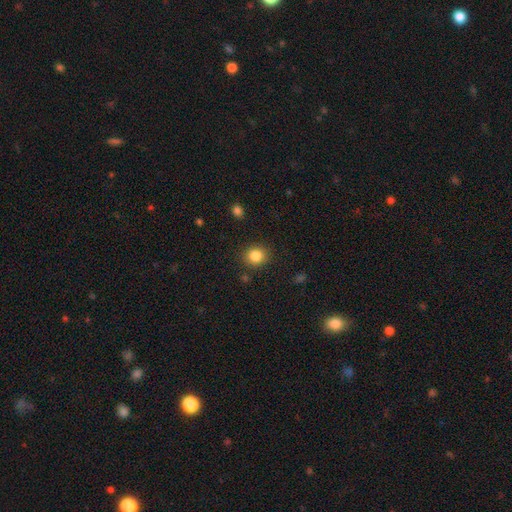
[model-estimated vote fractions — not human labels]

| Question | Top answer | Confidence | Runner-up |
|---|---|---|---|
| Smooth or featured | smooth | 84% | star or artifact (11%) |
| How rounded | round | 81% | in between (18%) |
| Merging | none | 88% | minor disturbance (7%) |